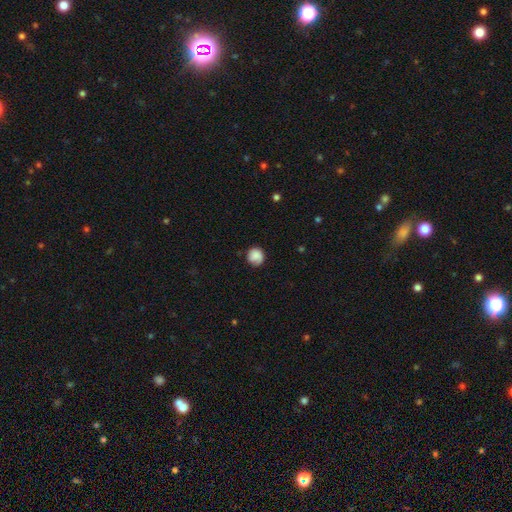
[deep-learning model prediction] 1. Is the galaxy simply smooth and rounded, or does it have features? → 79% smooth, 13% featured or disk, 8% star or artifact.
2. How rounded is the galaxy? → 82% round, 17% in between, 1% cigar-shaped.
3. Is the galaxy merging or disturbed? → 69% none, 23% minor disturbance, 7% major disturbance, 2% merger.